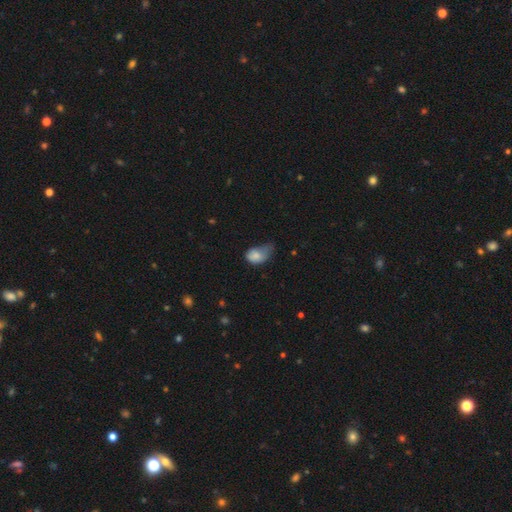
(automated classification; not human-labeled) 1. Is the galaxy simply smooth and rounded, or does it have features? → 78% smooth, 14% featured or disk, 9% star or artifact.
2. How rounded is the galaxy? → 78% in between, 20% round, 1% cigar-shaped.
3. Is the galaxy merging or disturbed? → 40% minor disturbance, 39% major disturbance, 17% none, 5% merger.